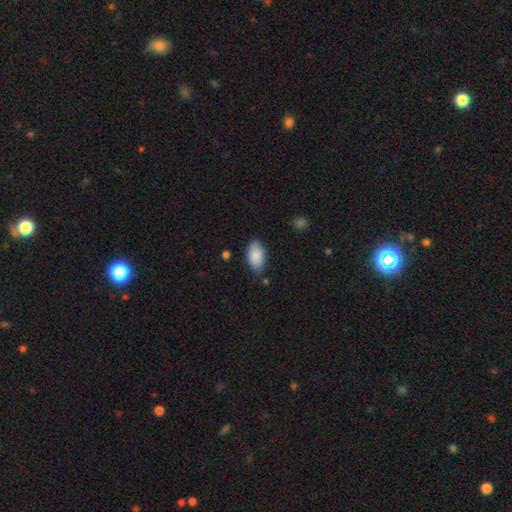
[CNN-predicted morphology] This is clearly a smooth galaxy (88%). How rounded: clearly in between (94%). Merging: likely none (79%).